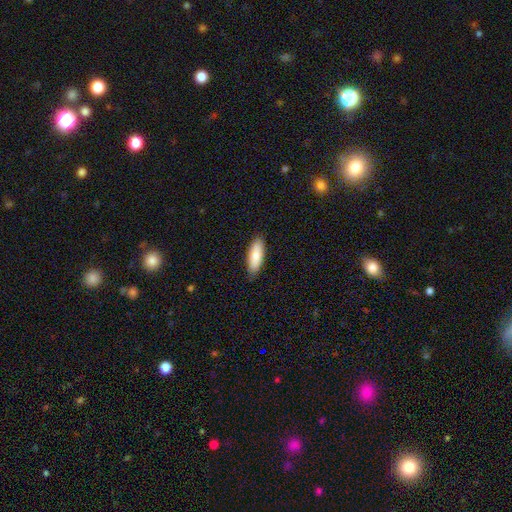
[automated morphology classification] This appears to be a smooth galaxy with no disk features (85%) that is in between round and cigar-shaped (65%). Merging: none (86%).